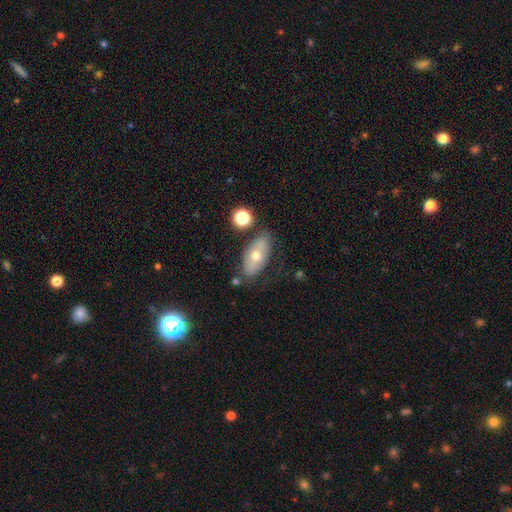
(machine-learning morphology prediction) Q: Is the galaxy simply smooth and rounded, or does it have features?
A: smooth — 57%.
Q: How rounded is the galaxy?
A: in between — 87%.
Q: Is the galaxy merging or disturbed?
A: none — 72%.